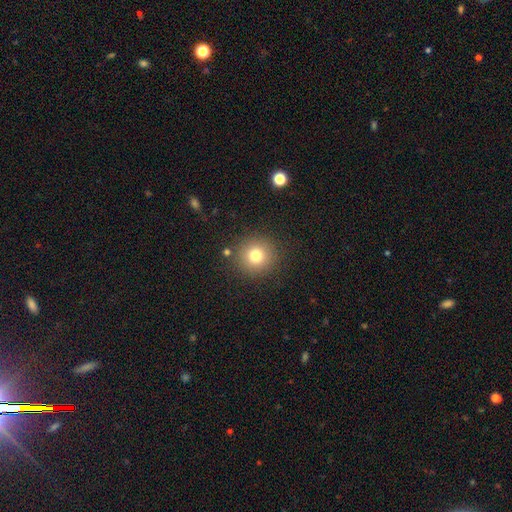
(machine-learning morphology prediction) type=smooth (77%); roundness=round (93%); merging=none (87%).